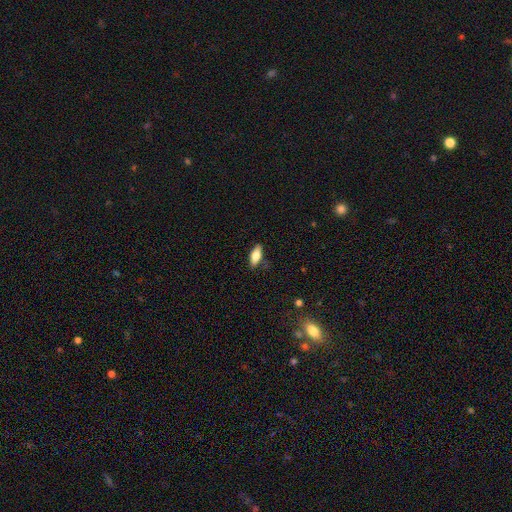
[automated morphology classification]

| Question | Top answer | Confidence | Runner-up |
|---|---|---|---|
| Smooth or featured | smooth | 70% | featured or disk (23%) |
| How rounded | in between | 71% | cigar-shaped (26%) |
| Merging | none | 83% | minor disturbance (13%) |